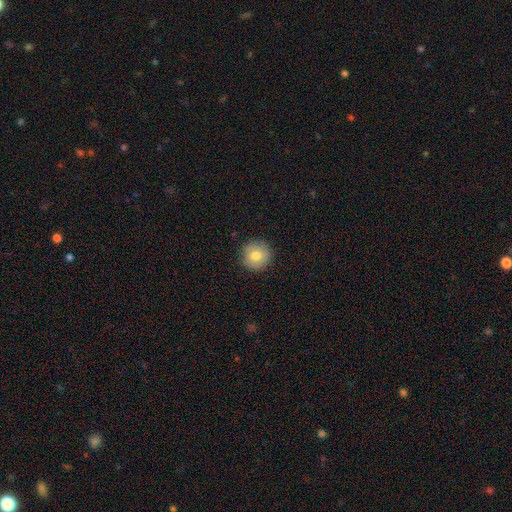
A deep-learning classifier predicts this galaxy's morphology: smooth_or_featured: smooth (p=0.77) [alt: featured or disk p=0.13]
how_rounded: round (p=0.95) [alt: in between p=0.04]
merging: none (p=0.90) [alt: minor disturbance p=0.07]